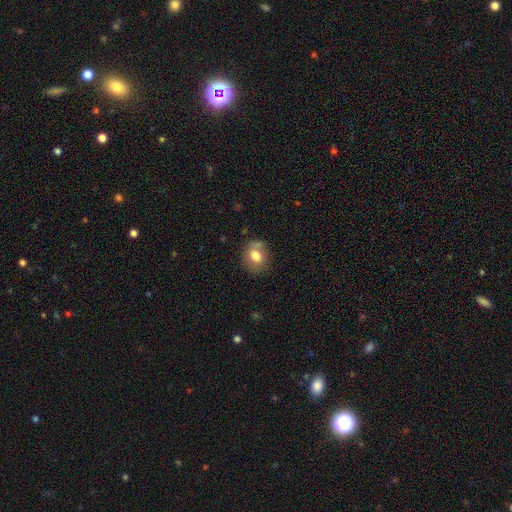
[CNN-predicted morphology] smooth-or-featured: smooth: 76% | featured or disk: 15% | star or artifact: 10%
  how-rounded: round: 61% | in between: 38% | cigar-shaped: 1%
  merging: none: 63% | minor disturbance: 21% | merger: 9% | major disturbance: 7%